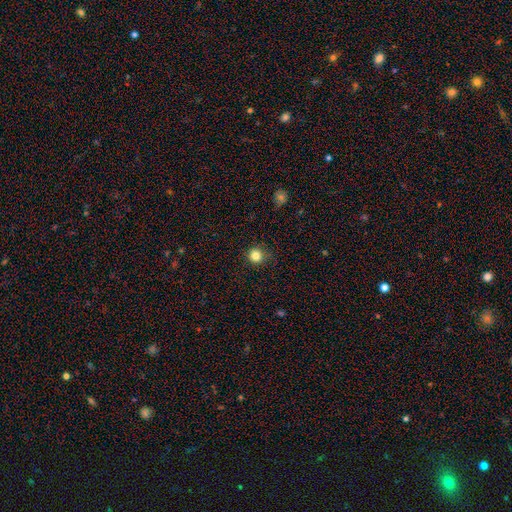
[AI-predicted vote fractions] Overall: smooth (84%). How rounded: round (93%). Merging: none (85%).